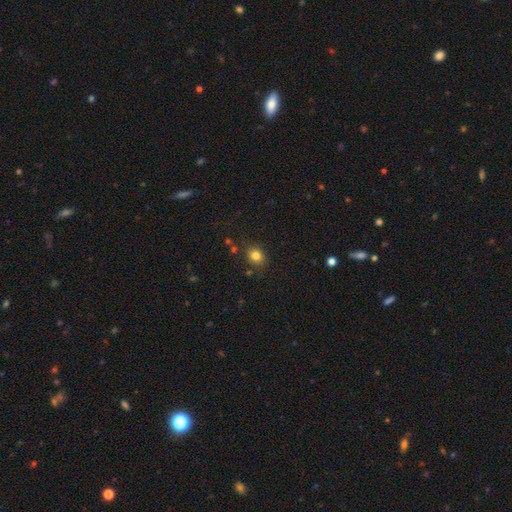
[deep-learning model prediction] smooth_or_featured: smooth (p=0.81) [alt: star or artifact p=0.13]
how_rounded: round (p=0.68) [alt: in between p=0.31]
merging: none (p=0.82) [alt: minor disturbance p=0.12]